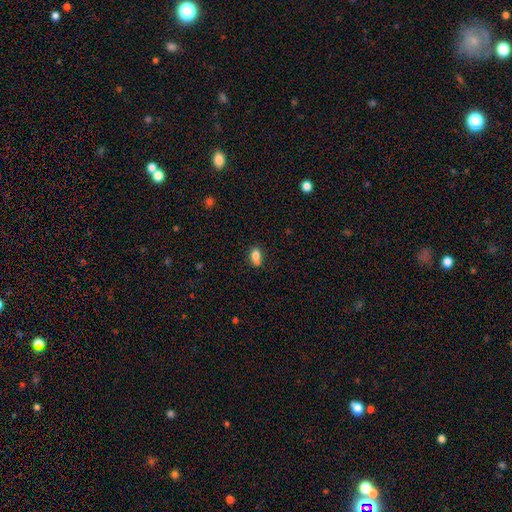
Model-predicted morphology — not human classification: A smooth galaxy with no disk features (80%) that is in between round and cigar-shaped (75%). Merging: none (51%).